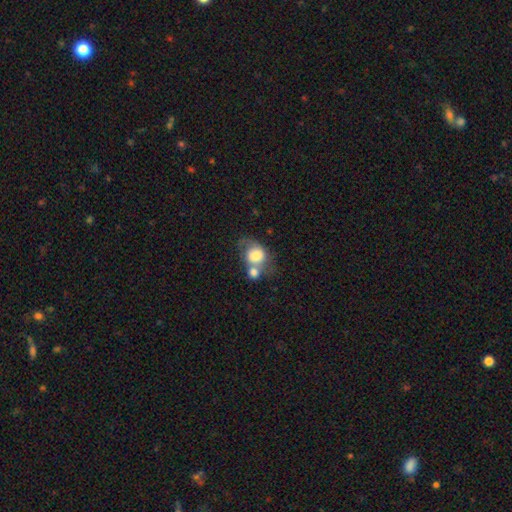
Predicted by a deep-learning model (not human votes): This is likely a smooth galaxy (66%). How rounded: possibly round (51%). Merging: possibly merger (56%).